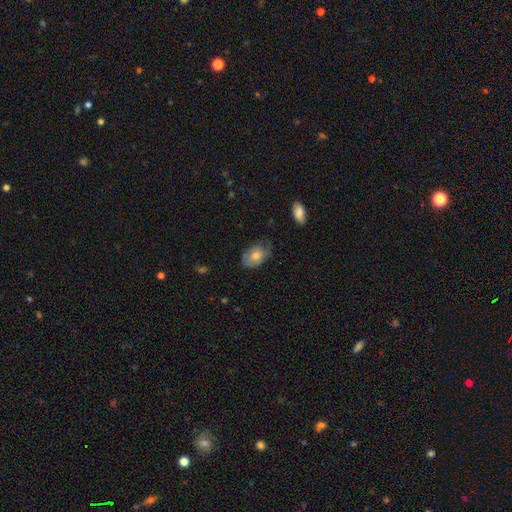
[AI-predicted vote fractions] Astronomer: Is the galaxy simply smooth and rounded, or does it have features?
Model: smooth — 67%.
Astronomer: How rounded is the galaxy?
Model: in between — 83%.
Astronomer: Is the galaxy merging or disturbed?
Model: none — 62%.